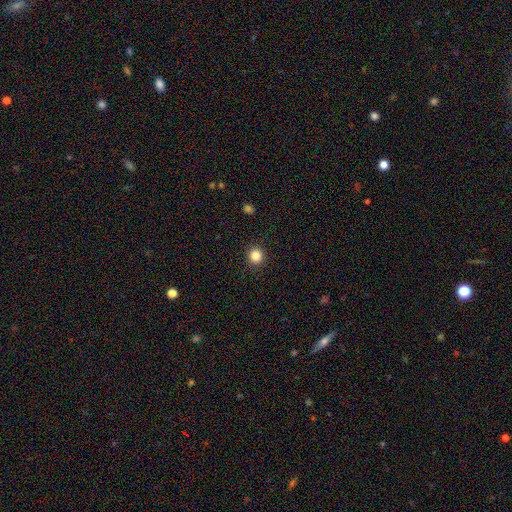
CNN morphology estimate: This is clearly a smooth galaxy (84%). How rounded: clearly round (92%). Merging: clearly none (92%).